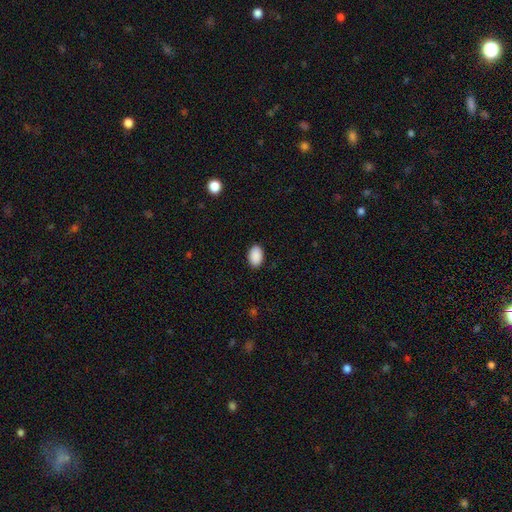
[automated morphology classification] This appears to be a smooth galaxy with no disk features (91%) that is in between round and cigar-shaped (91%). Merging: none (89%).